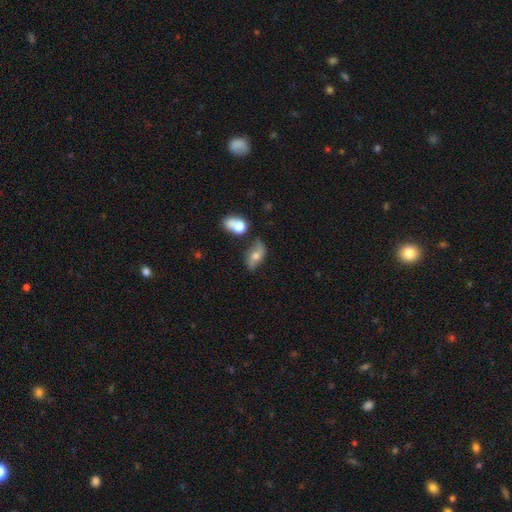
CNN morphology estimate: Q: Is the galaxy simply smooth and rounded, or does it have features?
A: featured or disk — 50%.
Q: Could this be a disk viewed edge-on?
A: no — 90%.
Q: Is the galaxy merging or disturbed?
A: none — 63%.